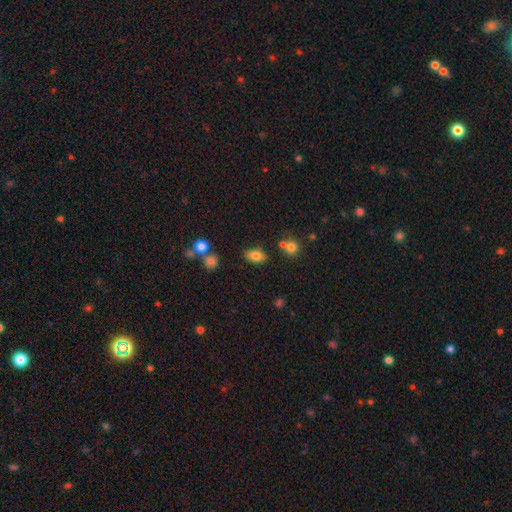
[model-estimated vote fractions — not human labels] This is likely a smooth galaxy (78%). How rounded: clearly in between (87%). Merging: likely none (78%).